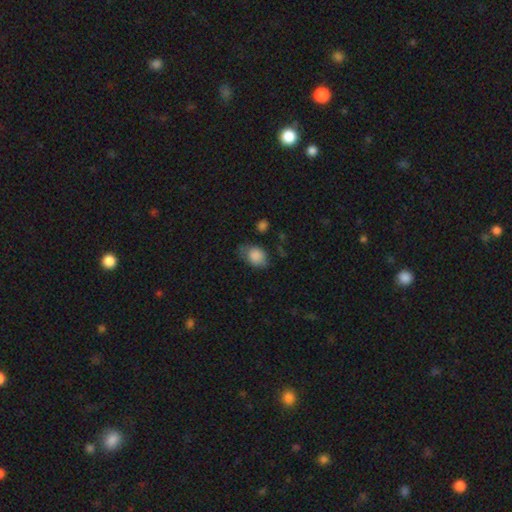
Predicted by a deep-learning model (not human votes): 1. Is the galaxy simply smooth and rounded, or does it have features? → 84% smooth, 9% star or artifact, 8% featured or disk.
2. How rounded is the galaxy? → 62% in between, 37% round, 1% cigar-shaped.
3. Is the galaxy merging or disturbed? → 55% none, 31% minor disturbance, 11% major disturbance, 3% merger.